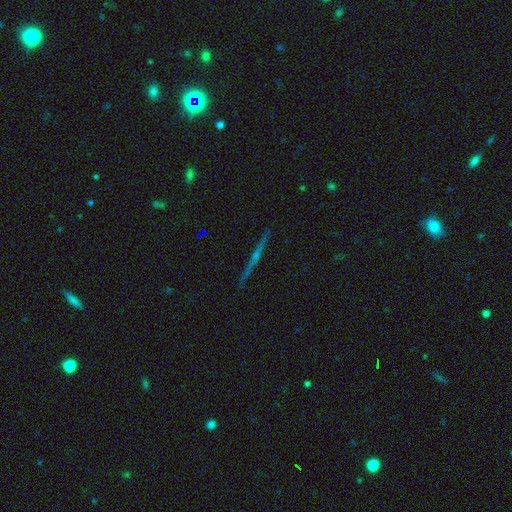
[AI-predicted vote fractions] A featured or disk galaxy (75%) viewed edge-on (98%) with a rounded central bulge (57%).

Vote fractions:
- Smooth or featured? featured or disk: 75% / smooth: 14% / star or artifact: 11%
- Edge-on disk? yes: 98% / no: 2%
- Edge-on bulge? rounded: 57% / none: 34% / boxy: 9%
- Merging? none: 92% / minor disturbance: 5% / major disturbance: 1% / merger: 1%